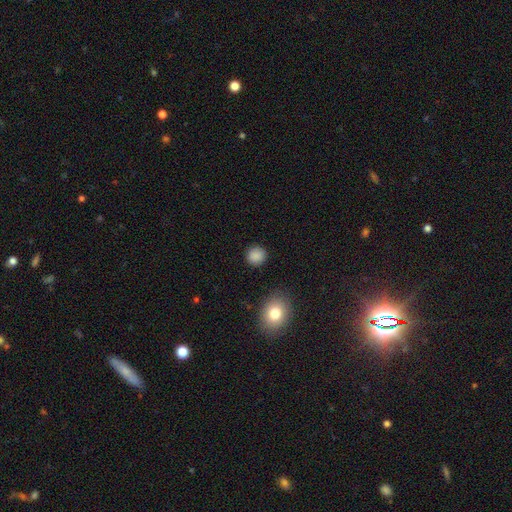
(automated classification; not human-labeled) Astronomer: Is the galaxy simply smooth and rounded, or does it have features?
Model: smooth — 87%.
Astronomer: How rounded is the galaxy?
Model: round — 91%.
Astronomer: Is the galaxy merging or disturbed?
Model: none — 89%.